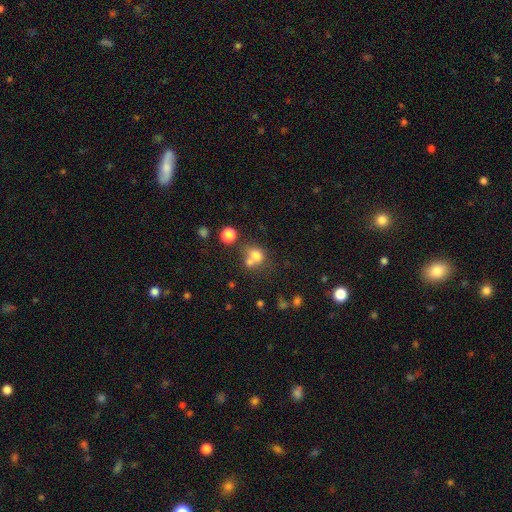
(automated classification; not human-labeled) Smooth or featured? Predicted: smooth (p=0.73). How rounded? Predicted: round (p=0.67). Merging? Predicted: merger (p=0.44).